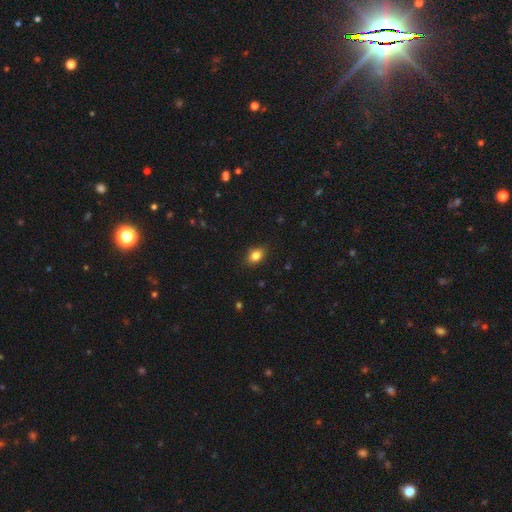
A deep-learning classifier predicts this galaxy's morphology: Smooth or featured? Predicted: smooth (p=0.82). How rounded? Predicted: in between (p=0.76). Merging? Predicted: none (p=0.84).